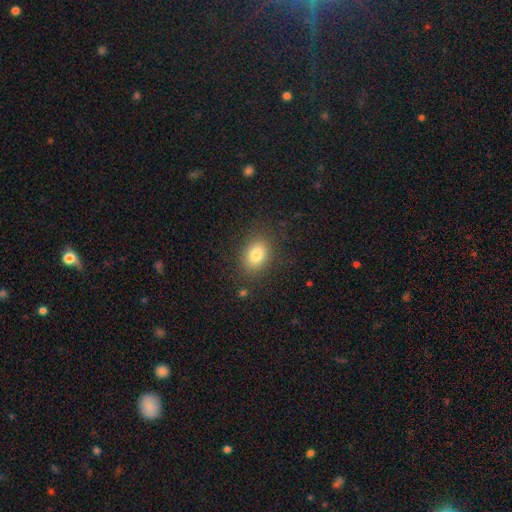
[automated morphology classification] Smooth or featured: smooth — 81% (star or artifact — 10%)
How rounded: in between — 66% (round — 32%)
Merging: none — 84% (minor disturbance — 11%)